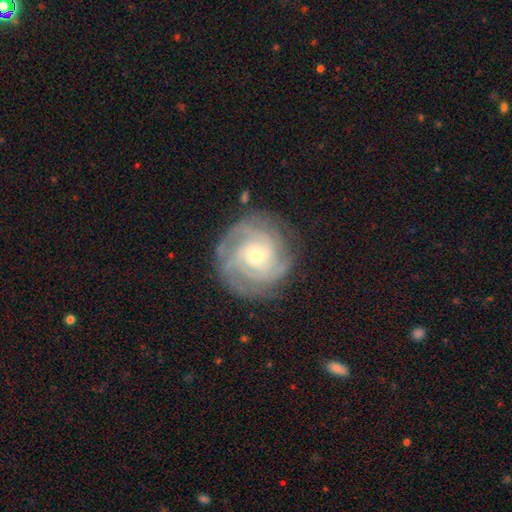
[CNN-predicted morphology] Q: Smooth or featured?
A: featured or disk (85%); runner-up: smooth (9%)
Q: Edge-on disk?
A: no (98%); runner-up: yes (2%)
Q: Bar?
A: no (75%); runner-up: weak (20%)
Q: Spiral arms?
A: yes (96%); runner-up: no (4%)
Q: Spiral winding?
A: tight (75%); runner-up: medium (21%)
Q: Spiral arm count?
A: can't tell (27%); runner-up: 3 (26%)
Q: Bulge size?
A: small (61%); runner-up: moderate (35%)
Q: Merging?
A: none (81%); runner-up: minor disturbance (13%)